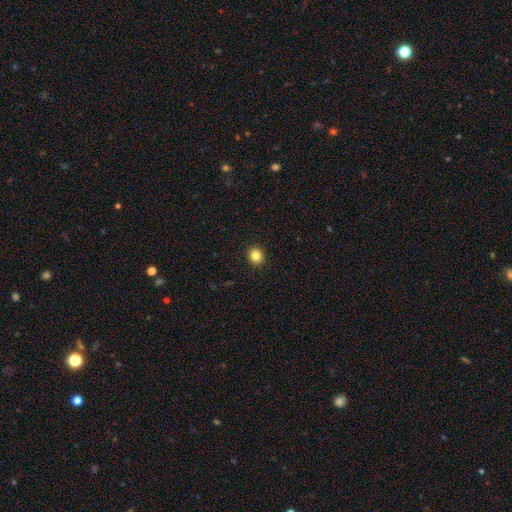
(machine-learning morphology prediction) Smooth or featured: smooth — 84% (star or artifact — 11%)
How rounded: round — 88% (in between — 11%)
Merging: none — 93% (minor disturbance — 5%)